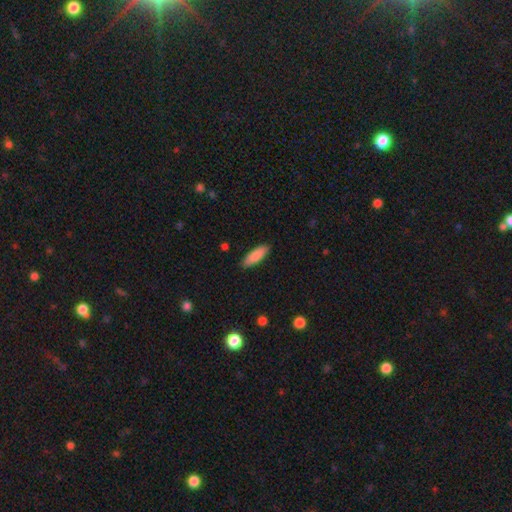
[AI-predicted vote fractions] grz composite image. It shows a smooth galaxy with no disk features (86%) that is in between round and cigar-shaped (54%). Merging: none (88%).